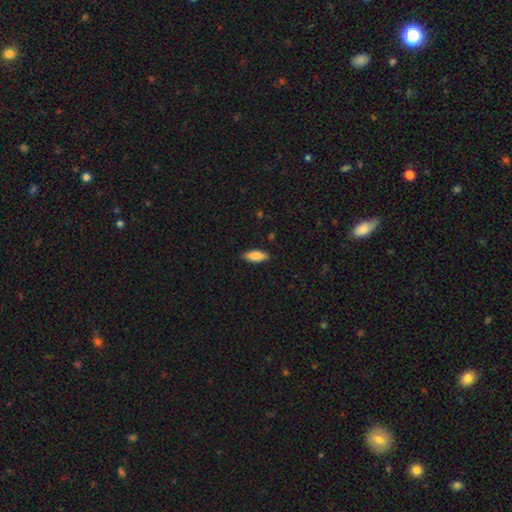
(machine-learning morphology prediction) type=smooth (81%); roundness=in between (70%); merging=none (87%).